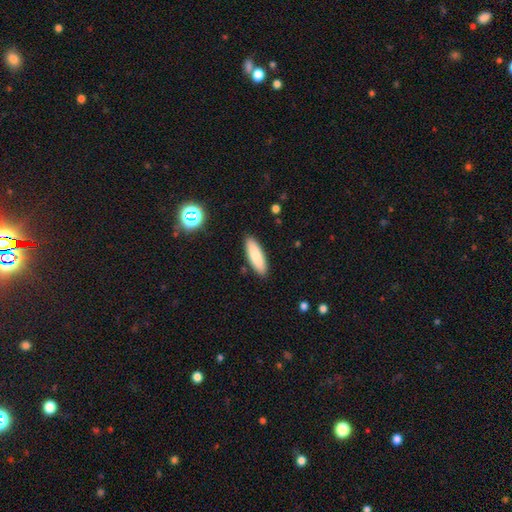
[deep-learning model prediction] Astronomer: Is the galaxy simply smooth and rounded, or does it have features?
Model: smooth — 85%.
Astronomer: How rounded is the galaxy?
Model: cigar-shaped — 50% (runner-up: in between, 49%).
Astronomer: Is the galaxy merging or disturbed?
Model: none — 89%.